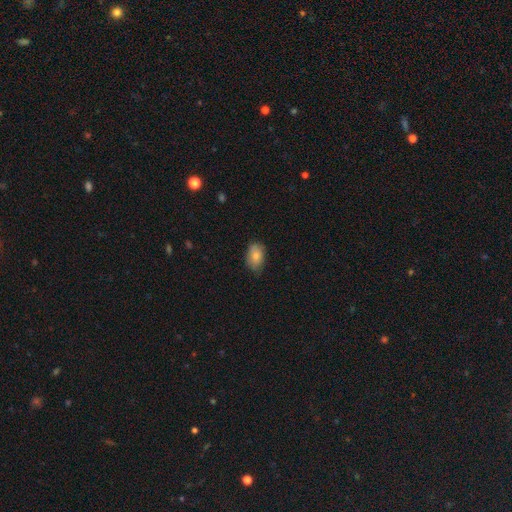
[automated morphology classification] The model was most divided on "merging": none: 71%, minor disturbance: 24%, major disturbance: 4%, merger: 1%. More confident: how rounded — in between (87%); smooth or featured — smooth (81%).